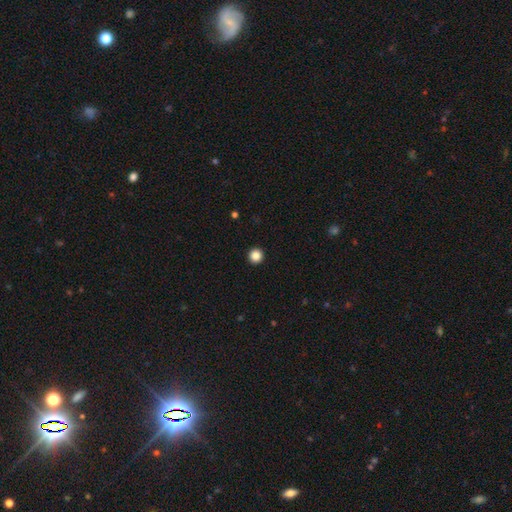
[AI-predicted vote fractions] A smooth galaxy with no disk features (86%) that is round (96%).

Vote fractions:
- Smooth or featured? smooth: 86% / star or artifact: 10% / featured or disk: 4%
- How rounded? round: 96% / in between: 3% / cigar-shaped: 1%
- Merging? none: 94% / minor disturbance: 3% / major disturbance: 1% / merger: 1%